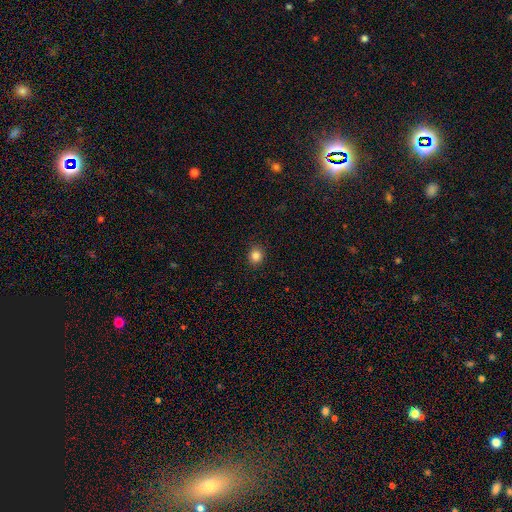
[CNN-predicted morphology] This appears to be a smooth galaxy with no disk features (84%) that is round (80%). Merging: none (91%).